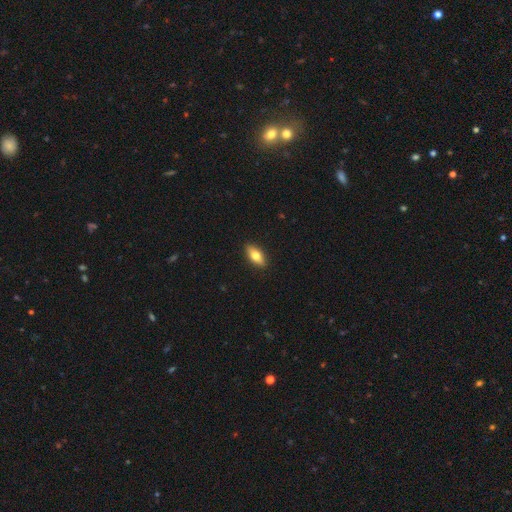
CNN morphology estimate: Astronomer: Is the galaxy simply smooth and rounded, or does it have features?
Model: smooth — 71%.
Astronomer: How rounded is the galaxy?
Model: in between — 82%.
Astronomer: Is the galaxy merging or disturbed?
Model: none — 90%.